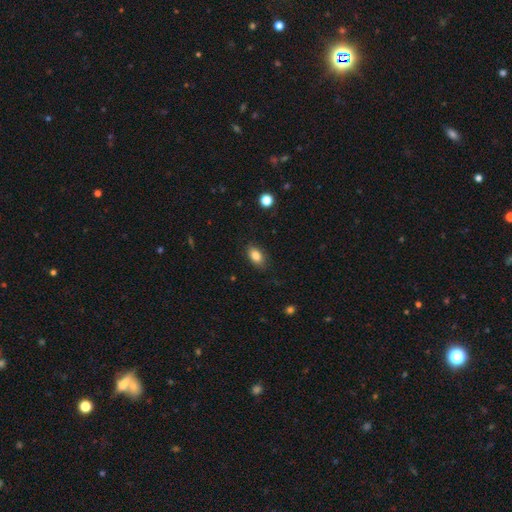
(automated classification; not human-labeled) Smooth or featured? smooth (84%)
How rounded? in between (89%)
Merging? none (84%)